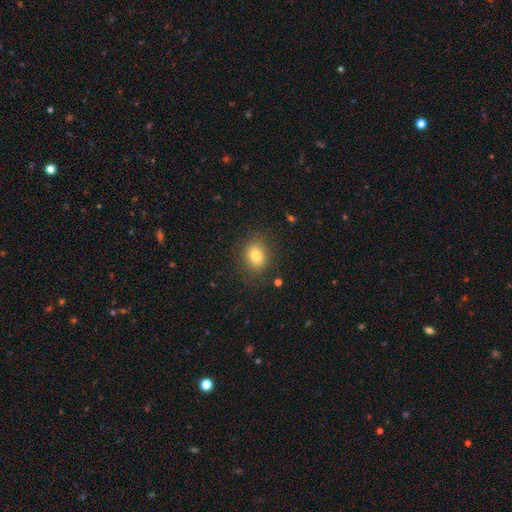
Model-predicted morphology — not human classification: Smooth or featured: smooth — 80% (star or artifact — 11%)
How rounded: round — 51% (in between — 48%)
Merging: none — 83% (minor disturbance — 12%)